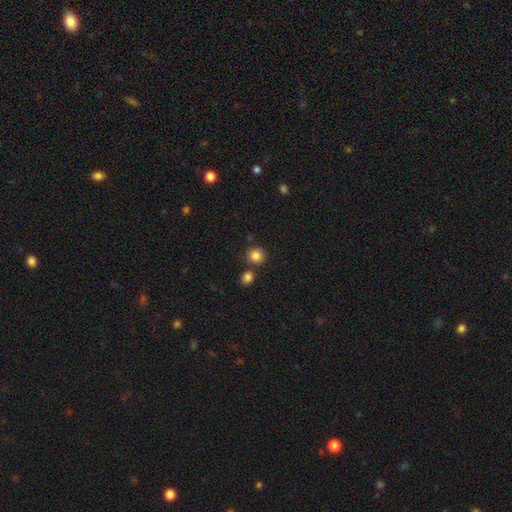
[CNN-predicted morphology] smooth-or-featured: smooth: 85% | star or artifact: 11% | featured or disk: 5%
  how-rounded: round: 89% | in between: 10% | cigar-shaped: 1%
  merging: none: 77% | merger: 13% | minor disturbance: 8% | major disturbance: 3%